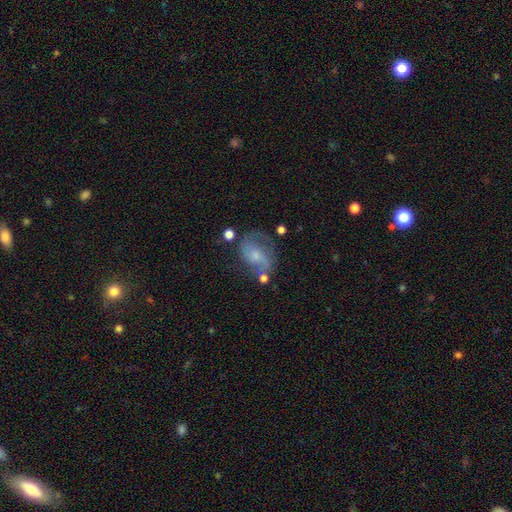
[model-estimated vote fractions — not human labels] Morphology: type=featured or disk (67%); edge-on=no (97%); bar=no (49%); spiral arms=yes (86%); winding=medium (43%); arm count=2 (80%); bulge=small (53%); merging=none (52%).